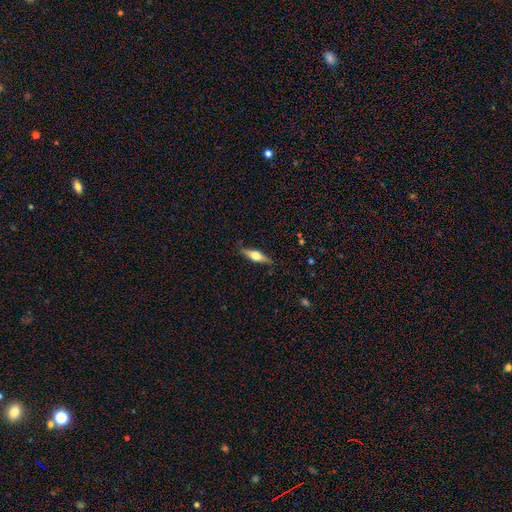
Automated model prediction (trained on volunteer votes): smooth_or_featured: featured or disk (p=0.53) [alt: smooth p=0.41]
disk_edge_on: yes (p=0.93) [alt: no p=0.07]
merging: none (p=0.85) [alt: minor disturbance p=0.12]